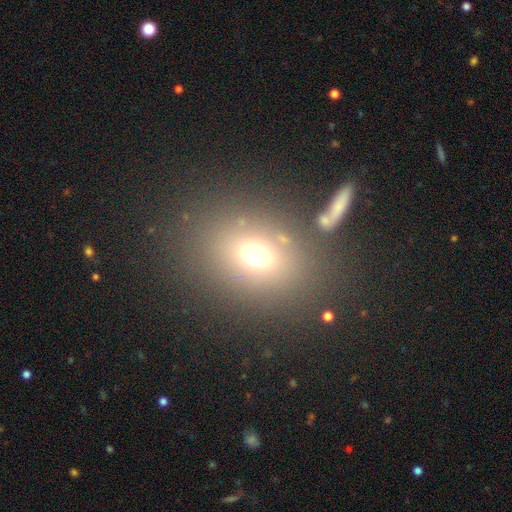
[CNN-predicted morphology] Q: Smooth or featured?
A: smooth (68%); runner-up: star or artifact (19%)
Q: How rounded?
A: in between (60%); runner-up: round (38%)
Q: Merging?
A: none (73%); runner-up: merger (11%)